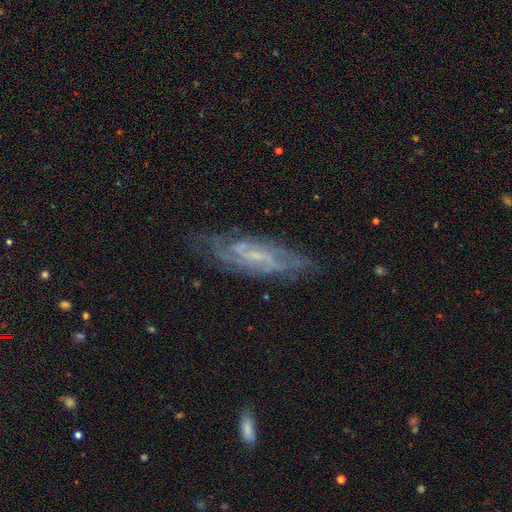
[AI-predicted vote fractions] Morphology: type=featured or disk (80%); edge-on=no (81%); bar=weak (49%); spiral arms=yes (91%); winding=tight (43%); arm count=2 (40%); bulge=small (61%); merging=none (73%).